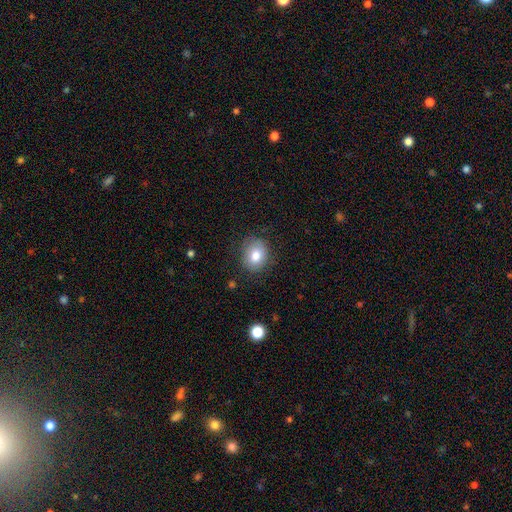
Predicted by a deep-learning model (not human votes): Morphology: type=smooth (81%); roundness=round (57%); merging=none (77%).